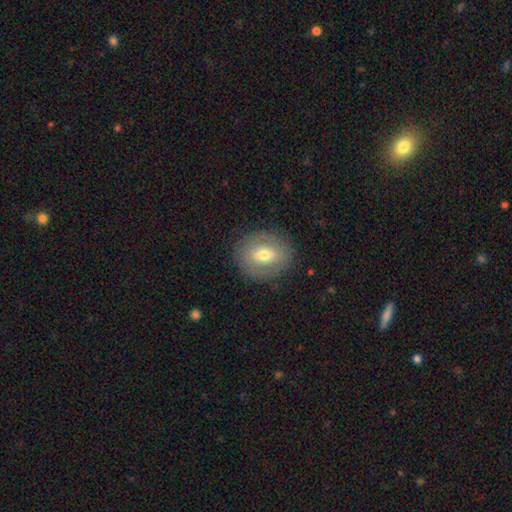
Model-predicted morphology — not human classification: Q: Smooth or featured?
A: smooth (45%); runner-up: featured or disk (40%)
Q: Merging?
A: none (87%); runner-up: minor disturbance (9%)